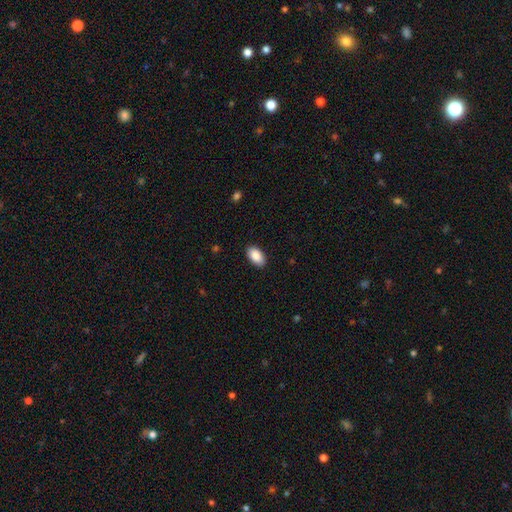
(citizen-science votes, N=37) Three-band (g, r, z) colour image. It shows a smooth galaxy with no disk features (89%) that is in between round and cigar-shaped (94%). Merging: none (81%).